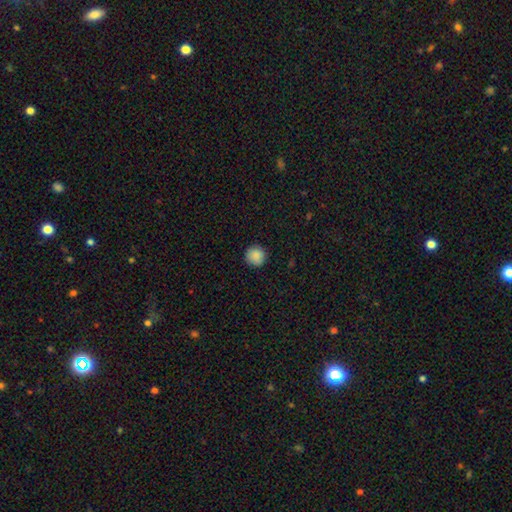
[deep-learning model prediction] A smooth galaxy with no disk features (88%) that is round (94%). Merging: none (90%).